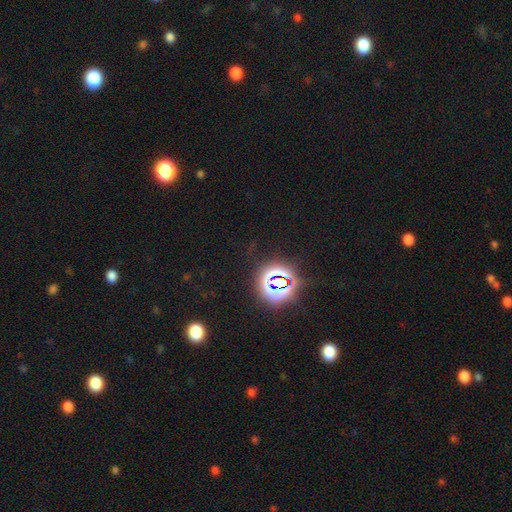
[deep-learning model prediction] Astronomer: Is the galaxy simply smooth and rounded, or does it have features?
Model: star or artifact — 81%.